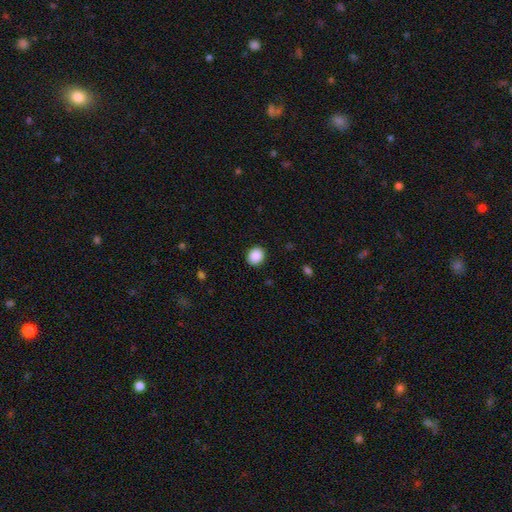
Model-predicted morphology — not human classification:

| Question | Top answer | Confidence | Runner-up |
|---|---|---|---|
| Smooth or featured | smooth | 89% | star or artifact (8%) |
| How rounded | round | 65% | in between (34%) |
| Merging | none | 90% | minor disturbance (7%) |